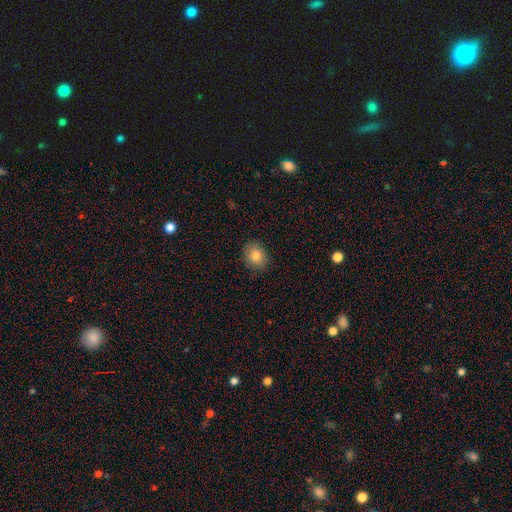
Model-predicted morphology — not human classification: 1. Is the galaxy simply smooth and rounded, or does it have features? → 83% smooth, 9% star or artifact, 8% featured or disk.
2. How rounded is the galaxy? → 59% round, 40% in between, 1% cigar-shaped.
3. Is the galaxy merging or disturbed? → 86% none, 11% minor disturbance, 2% major disturbance, 1% merger.